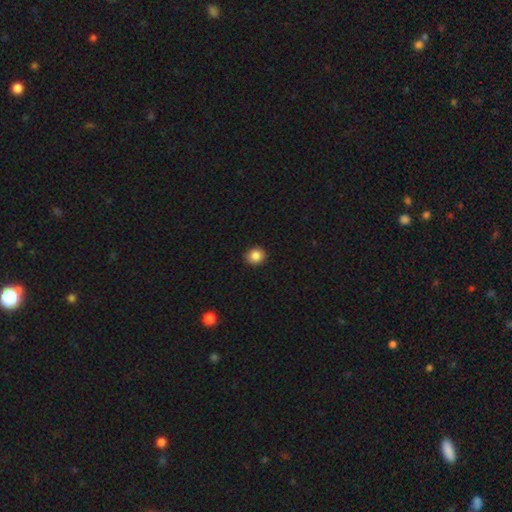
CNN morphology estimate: Smooth or featured? Predicted: smooth (p=0.86). How rounded? Predicted: round (p=0.81). Merging? Predicted: none (p=0.92).